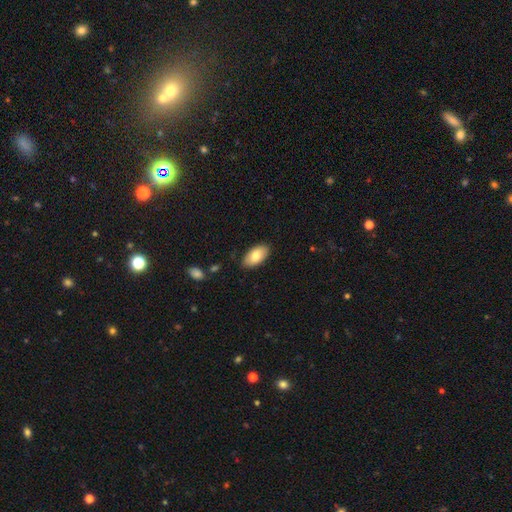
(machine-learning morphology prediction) Smooth or featured: smooth — 80% (featured or disk — 14%)
How rounded: in between — 95% (round — 3%)
Merging: none — 86% (minor disturbance — 11%)